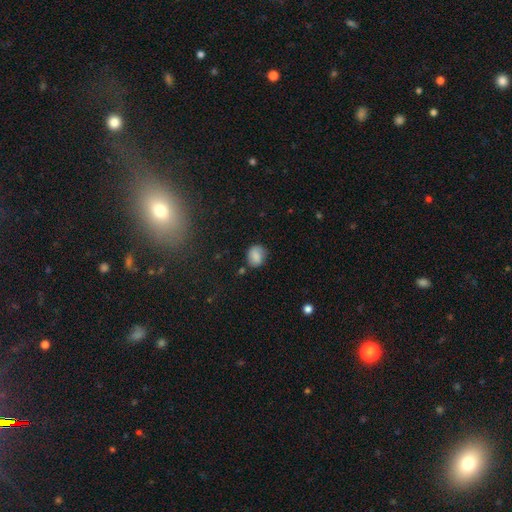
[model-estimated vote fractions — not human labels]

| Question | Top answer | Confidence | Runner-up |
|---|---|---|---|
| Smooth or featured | smooth | 81% | star or artifact (10%) |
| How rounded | round | 59% | in between (40%) |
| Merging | none | 71% | minor disturbance (20%) |